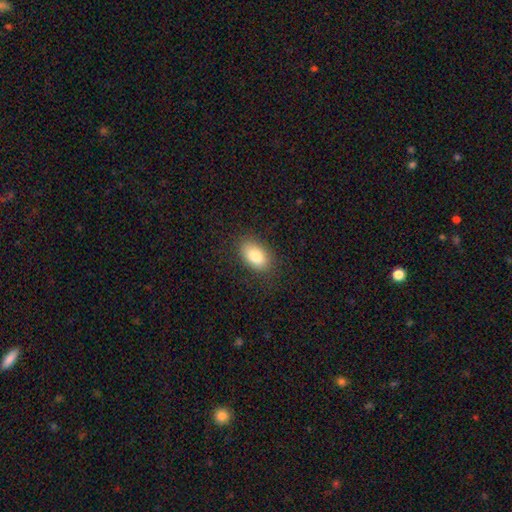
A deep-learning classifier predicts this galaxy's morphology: Smooth or featured?
  - smooth: 81% *
  - featured or disk: 11%
  - star or artifact: 8%
How rounded?
  - in between: 89% *
  - round: 9%
  - cigar-shaped: 2%
Merging?
  - none: 85% *
  - minor disturbance: 11%
  - major disturbance: 3%
  - merger: 1%